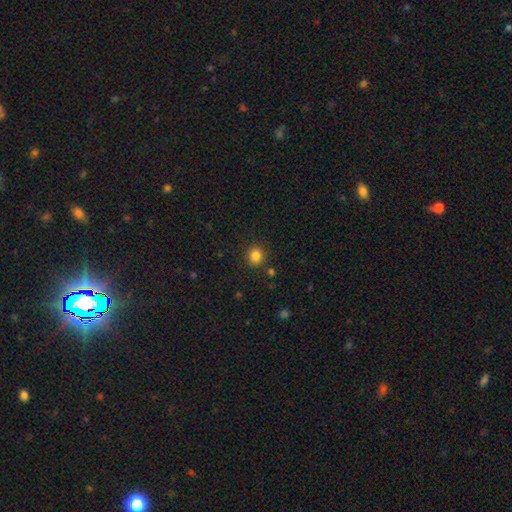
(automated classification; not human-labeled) Smooth or featured?
  - smooth: 84% *
  - star or artifact: 12%
  - featured or disk: 4%
How rounded?
  - round: 89% *
  - in between: 10%
  - cigar-shaped: 1%
Merging?
  - none: 88% *
  - minor disturbance: 7%
  - merger: 3%
  - major disturbance: 2%